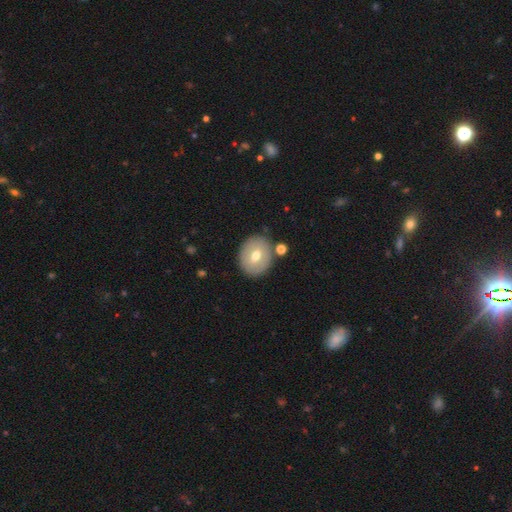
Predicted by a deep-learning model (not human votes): This appears to be a smooth galaxy with no disk features (61%) that is round (56%). Merging: none (81%).